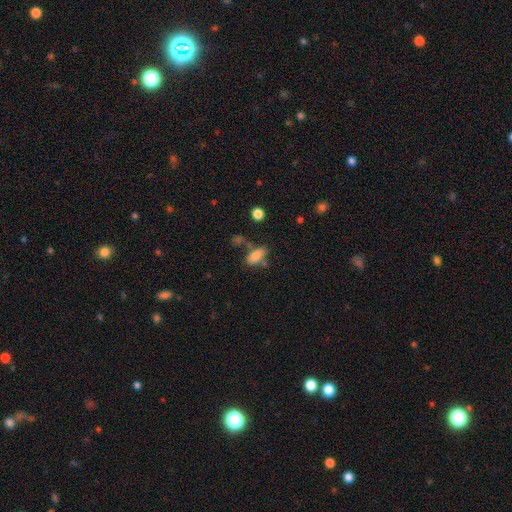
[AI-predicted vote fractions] Morphology: type=smooth (77%); roundness=in between (86%); merging=none (56%).